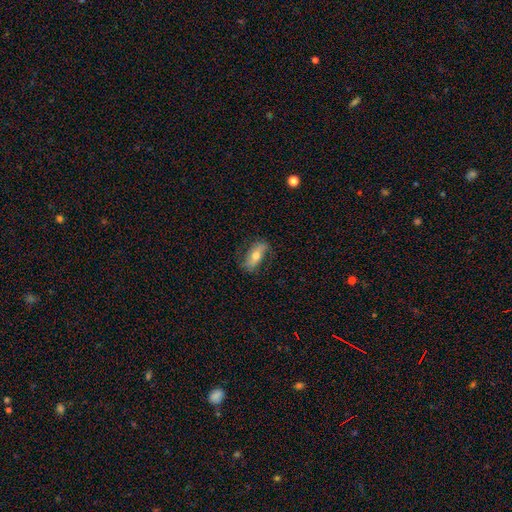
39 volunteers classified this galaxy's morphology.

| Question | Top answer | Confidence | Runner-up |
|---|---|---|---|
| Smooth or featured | featured or disk | 54% | smooth (38%) |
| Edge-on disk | no | 81% | yes (19%) |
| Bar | no | 41% | strong (35%) |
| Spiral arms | yes | 76% | no (24%) |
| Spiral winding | loose | 69% | tight (23%) |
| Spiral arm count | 2 | 100% | — |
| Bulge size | moderate | 59% | small (24%) |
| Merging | none | 81% | minor disturbance (17%) |